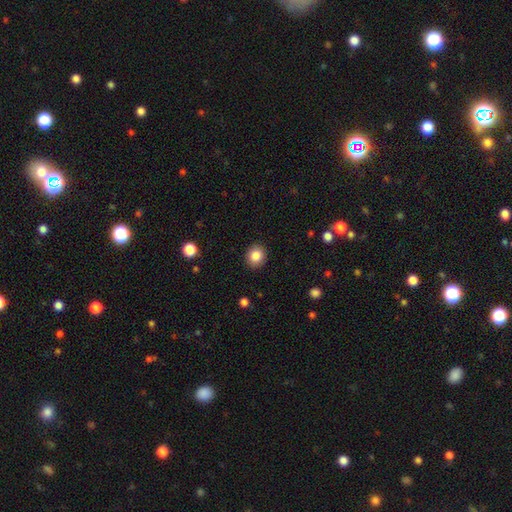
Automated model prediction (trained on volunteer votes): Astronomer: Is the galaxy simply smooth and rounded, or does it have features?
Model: smooth — 85%.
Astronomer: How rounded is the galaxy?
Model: round — 78%.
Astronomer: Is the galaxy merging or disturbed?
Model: none — 91%.